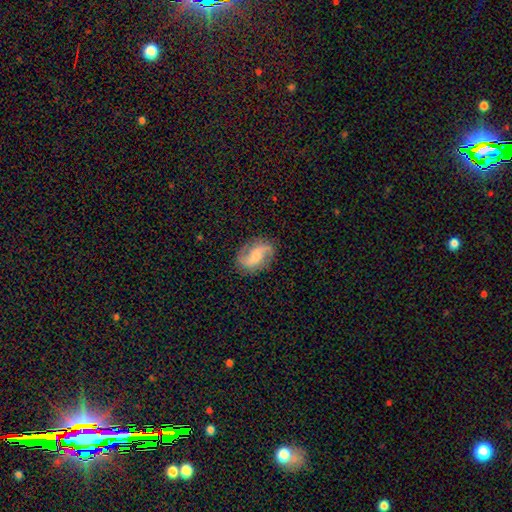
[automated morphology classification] smooth-or-featured: featured or disk: 79% | smooth: 14% | star or artifact: 7%
  disk-edge-on: no: 97% | yes: 3%
    bar: weak: 44% | no: 40% | strong: 16%
    has-spiral-arms: yes: 96% | no: 4%
      spiral-winding: loose: 57% | medium: 33% | tight: 9%
      spiral-arm-count: 2: 92% | can't tell: 3% | 1: 2% | 3: 2% | 4: 1% | more than 4: 1%
    bulge-size: moderate: 39% | small: 35% | none: 14% | large: 9% | dominant: 2%
  merging: none: 82% | minor disturbance: 12% | major disturbance: 5% | merger: 1%